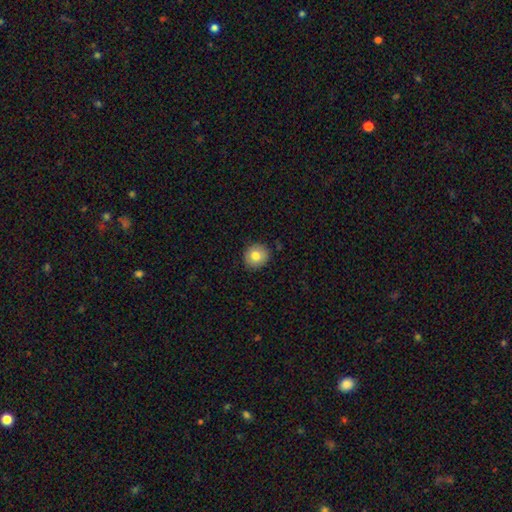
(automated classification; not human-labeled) smooth_or_featured: smooth (p=0.81) [alt: featured or disk p=0.10]
how_rounded: round (p=0.85) [alt: in between p=0.14]
merging: none (p=0.88) [alt: minor disturbance p=0.09]